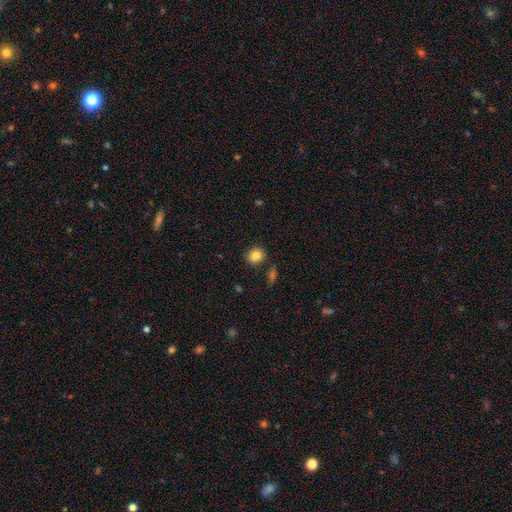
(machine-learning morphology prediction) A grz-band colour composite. It shows a smooth galaxy with no disk features (84%) that is round (80%). Merging: none (87%).